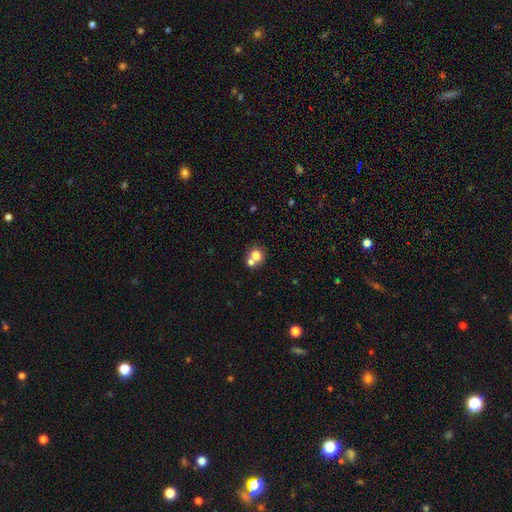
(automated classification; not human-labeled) Morphology: type=smooth (75%); roundness=round (80%); merging=merger (49%).